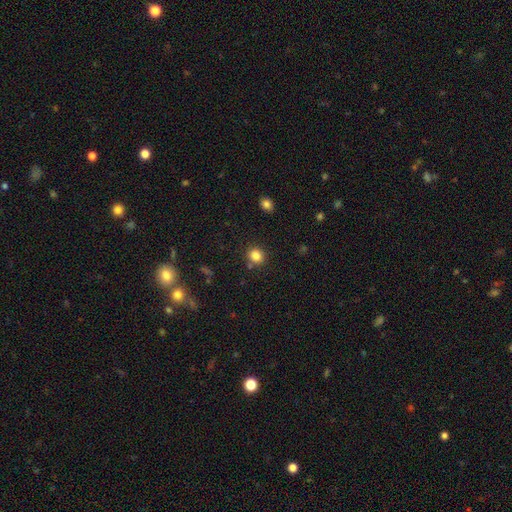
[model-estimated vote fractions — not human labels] Smooth or featured: smooth — 83% (star or artifact — 12%)
How rounded: round — 82% (in between — 17%)
Merging: none — 82% (minor disturbance — 9%)